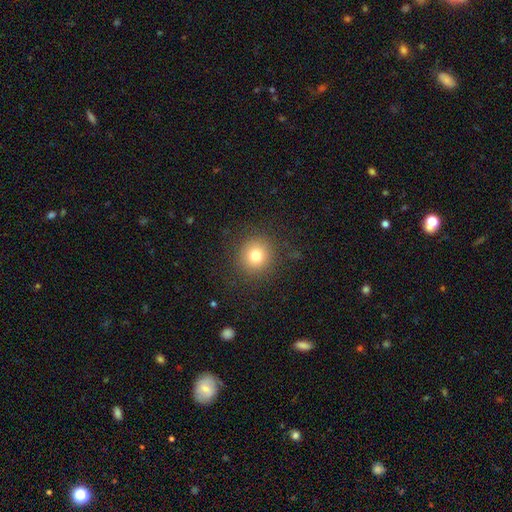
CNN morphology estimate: Smooth or featured: smooth — 77% (star or artifact — 13%)
How rounded: round — 92% (in between — 7%)
Merging: none — 88% (minor disturbance — 7%)